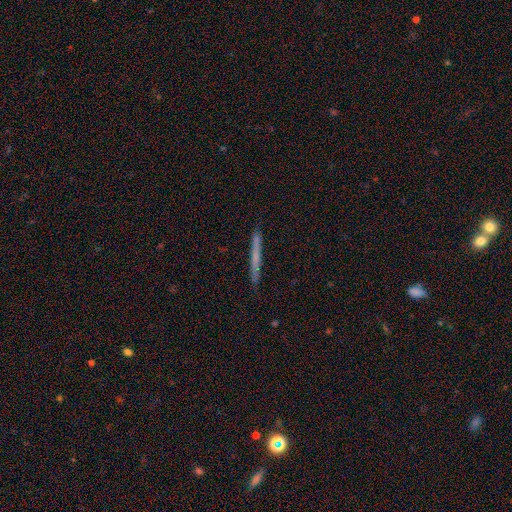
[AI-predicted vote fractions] Smooth or featured?
  - smooth: 55% *
  - featured or disk: 39%
  - star or artifact: 6%
How rounded?
  - cigar-shaped: 97% *
  - in between: 2%
  - round: 1%
Merging?
  - none: 91% *
  - minor disturbance: 7%
  - major disturbance: 1%
  - merger: 1%